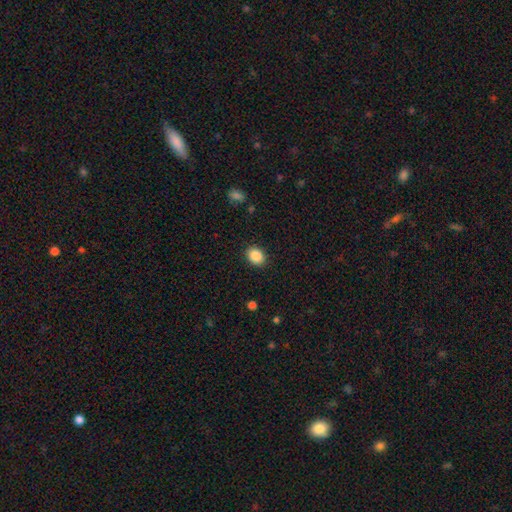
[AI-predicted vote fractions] A smooth galaxy with no disk features (87%) that is in between round and cigar-shaped (55%). Merging: none (90%).